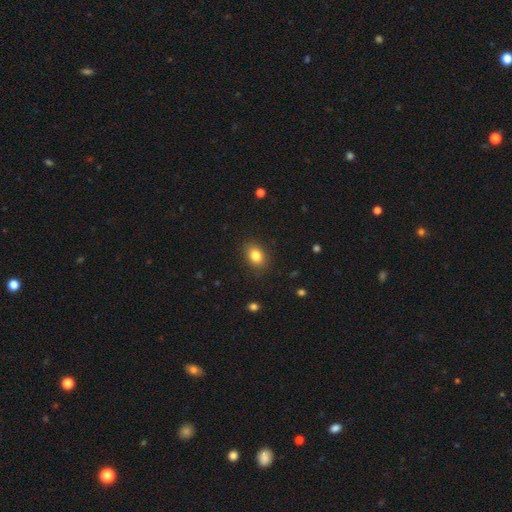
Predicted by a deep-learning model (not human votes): The model was most divided on "how rounded": in between: 69%, round: 30%, cigar-shaped: 1%. More confident: merging — none (86%); smooth or featured — smooth (83%).